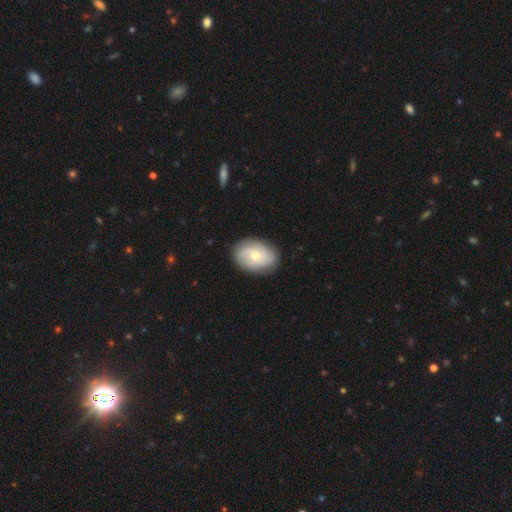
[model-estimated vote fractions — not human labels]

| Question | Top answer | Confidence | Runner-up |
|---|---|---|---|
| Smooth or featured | featured or disk | 54% | smooth (40%) |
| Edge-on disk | no | 96% | yes (4%) |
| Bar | no | 75% | weak (22%) |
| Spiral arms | yes | 82% | no (18%) |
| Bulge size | small | 50% | moderate (46%) |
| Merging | none | 83% | minor disturbance (13%) |